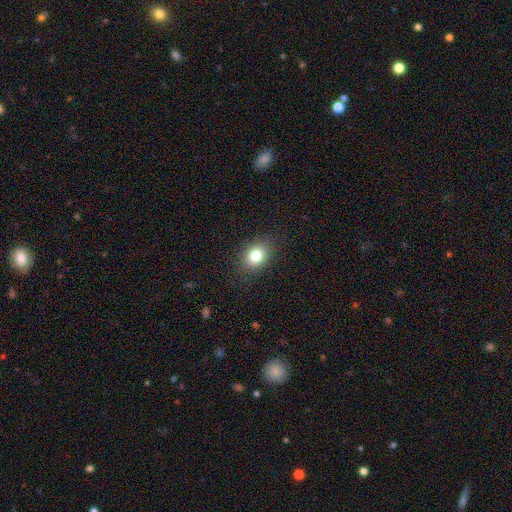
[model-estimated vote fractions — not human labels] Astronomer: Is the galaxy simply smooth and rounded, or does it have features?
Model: smooth — 81%.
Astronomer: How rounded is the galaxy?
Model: in between — 59% (runner-up: round, 40%).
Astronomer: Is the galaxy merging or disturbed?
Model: none — 87%.